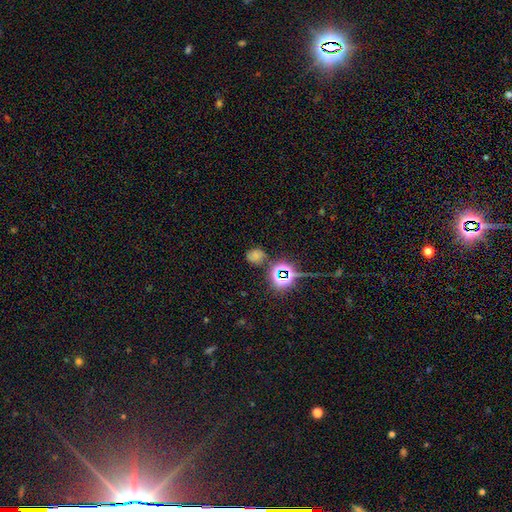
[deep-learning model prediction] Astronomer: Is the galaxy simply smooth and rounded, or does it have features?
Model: smooth — 54% (runner-up: star or artifact, 35%).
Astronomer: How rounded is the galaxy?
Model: round — 63%.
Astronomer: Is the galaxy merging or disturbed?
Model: none — 71%.